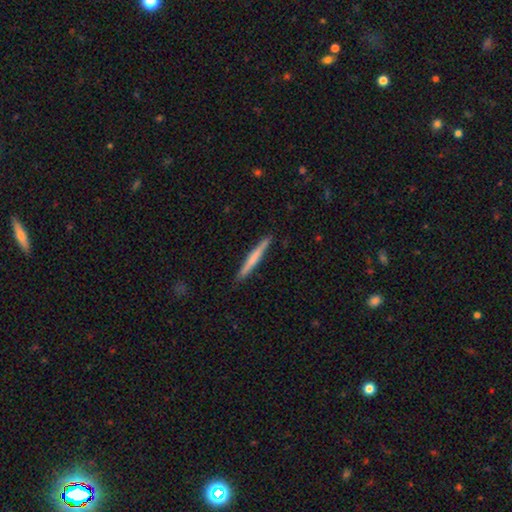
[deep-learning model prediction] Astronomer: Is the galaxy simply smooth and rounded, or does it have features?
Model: smooth — 58% (runner-up: featured or disk, 36%).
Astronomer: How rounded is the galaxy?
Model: cigar-shaped — 97%.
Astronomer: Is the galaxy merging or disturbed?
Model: none — 91%.